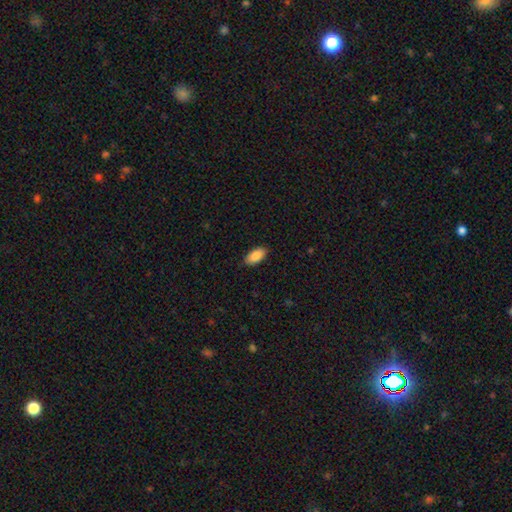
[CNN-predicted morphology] type=smooth (88%); roundness=in between (93%); merging=none (87%).